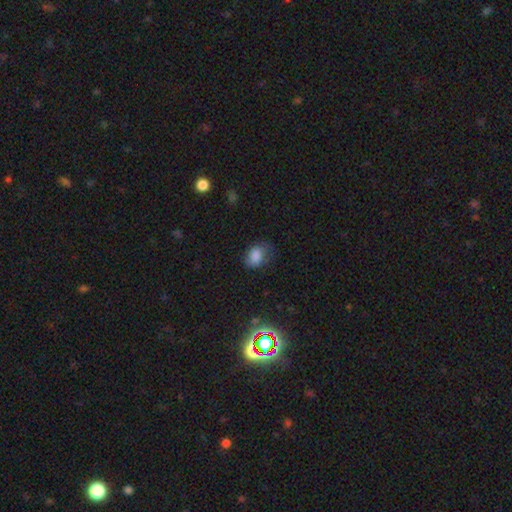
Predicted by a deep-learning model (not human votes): Smooth or featured: smooth — 81% (star or artifact — 10%)
How rounded: in between — 75% (round — 24%)
Merging: none — 56% (minor disturbance — 30%)